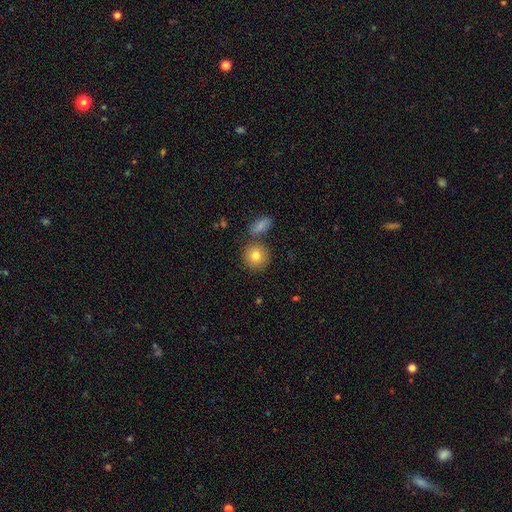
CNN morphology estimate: Smooth or featured: smooth — 80% (featured or disk — 11%)
How rounded: round — 90% (in between — 9%)
Merging: none — 76% (merger — 12%)